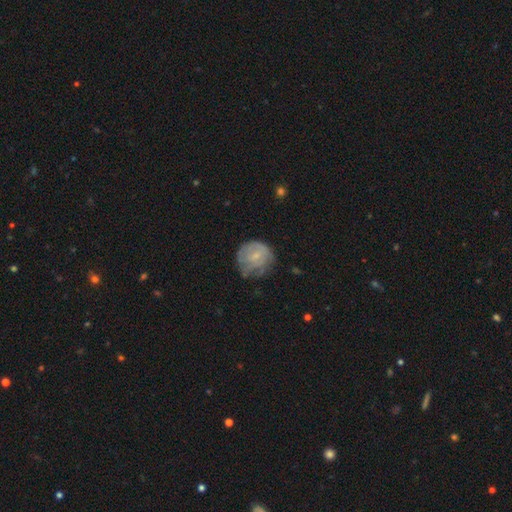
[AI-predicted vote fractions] Smooth or featured? smooth (51%)
How rounded? round (84%)
Merging? none (53%)